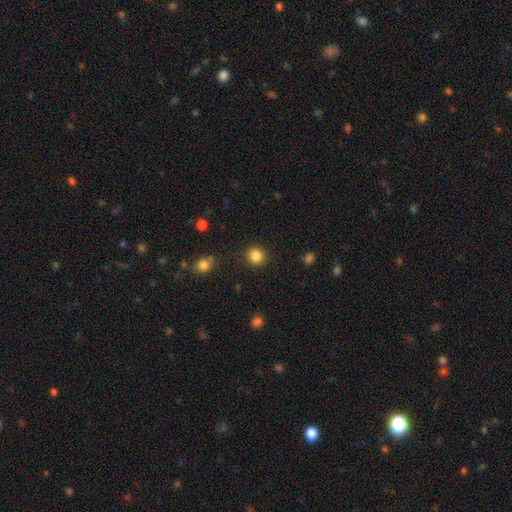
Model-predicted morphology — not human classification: The model was most divided on "how rounded": round: 87%, in between: 12%, cigar-shaped: 1%. More confident: merging — none (89%); smooth or featured — smooth (85%).